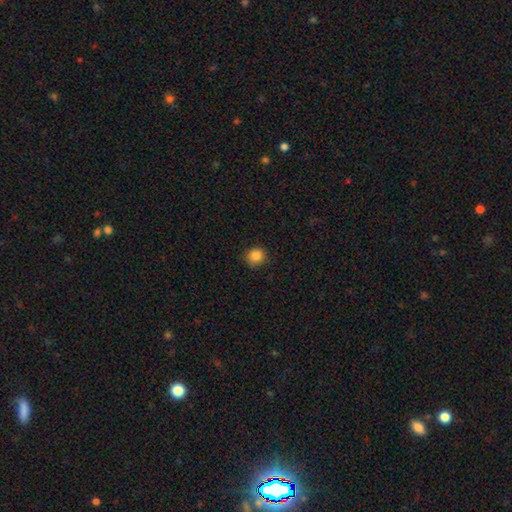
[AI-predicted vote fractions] A smooth galaxy with no disk features (86%) that is round (88%).

Vote fractions:
- Smooth or featured? smooth: 86% / star or artifact: 11% / featured or disk: 4%
- How rounded? round: 88% / in between: 11% / cigar-shaped: 1%
- Merging? none: 88% / minor disturbance: 8% / major disturbance: 2% / merger: 1%